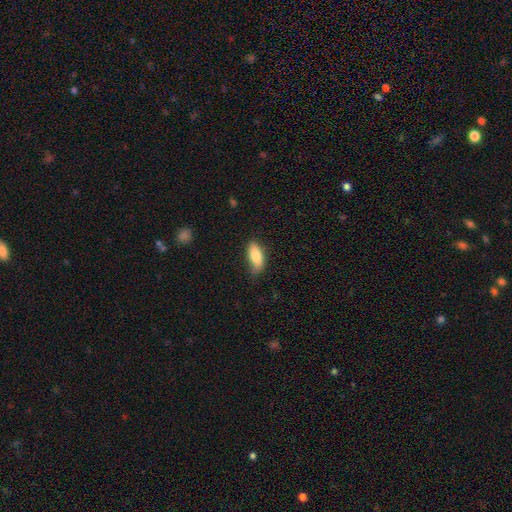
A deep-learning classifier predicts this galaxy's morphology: Smooth or featured? smooth (81%)
How rounded? in between (79%)
Merging? none (66%)